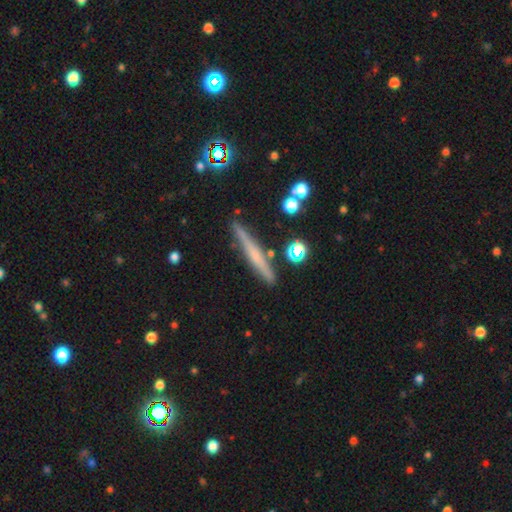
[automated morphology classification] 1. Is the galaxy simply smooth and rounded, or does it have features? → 46% featured or disk, 45% smooth, 9% star or artifact.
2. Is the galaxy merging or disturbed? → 86% none, 9% minor disturbance, 3% merger, 2% major disturbance.